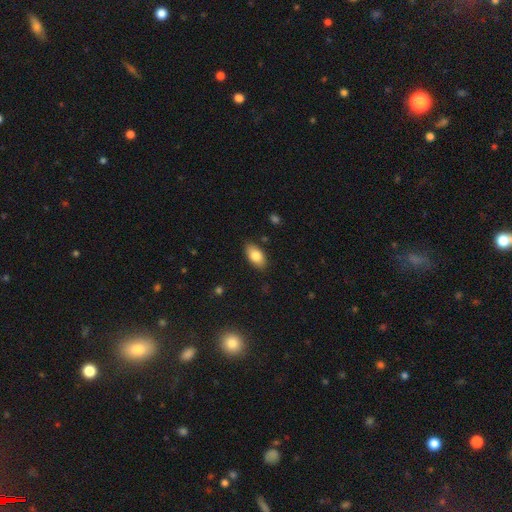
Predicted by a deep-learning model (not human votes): smooth-or-featured: smooth: 82% | featured or disk: 11% | star or artifact: 7%
  how-rounded: in between: 92% | round: 4% | cigar-shaped: 4%
  merging: none: 86% | minor disturbance: 11% | major disturbance: 2% | merger: 1%